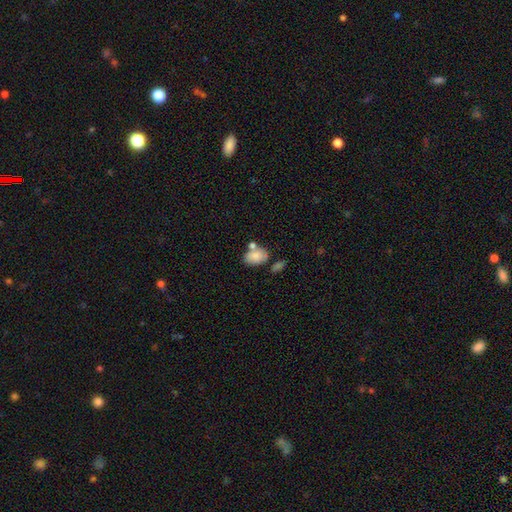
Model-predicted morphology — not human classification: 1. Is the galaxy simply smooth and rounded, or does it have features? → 82% smooth, 10% featured or disk, 8% star or artifact.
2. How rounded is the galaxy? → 82% in between, 17% round, 1% cigar-shaped.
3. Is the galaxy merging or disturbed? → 51% none, 26% merger, 17% minor disturbance, 6% major disturbance.